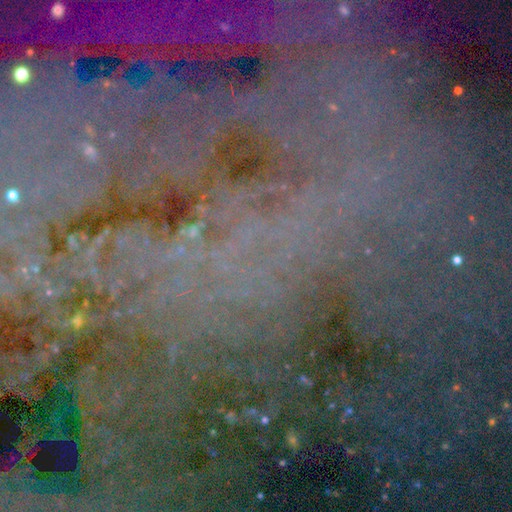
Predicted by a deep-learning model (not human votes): A star or artifact, not a galaxy (81%).